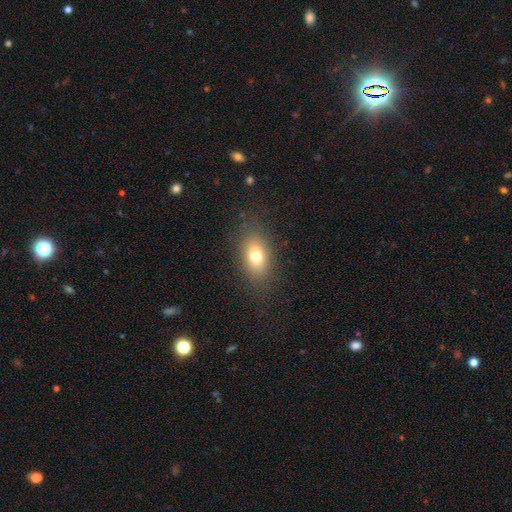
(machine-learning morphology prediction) A smooth galaxy with no disk features (74%) that is in between round and cigar-shaped (82%). Merging: none (83%).